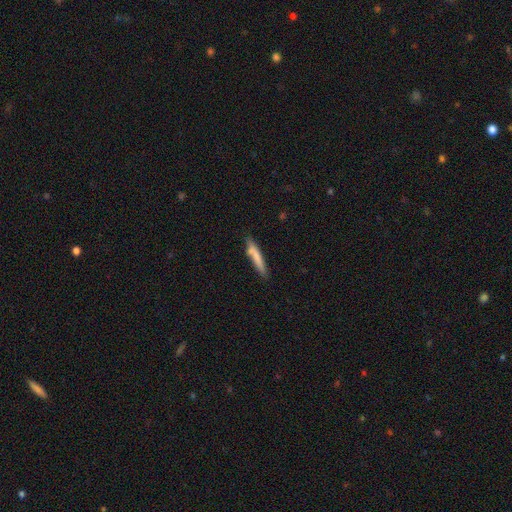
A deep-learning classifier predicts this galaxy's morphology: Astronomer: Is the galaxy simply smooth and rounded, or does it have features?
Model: smooth — 74%.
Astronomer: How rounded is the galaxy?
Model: cigar-shaped — 91%.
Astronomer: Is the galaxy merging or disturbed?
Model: none — 72%.